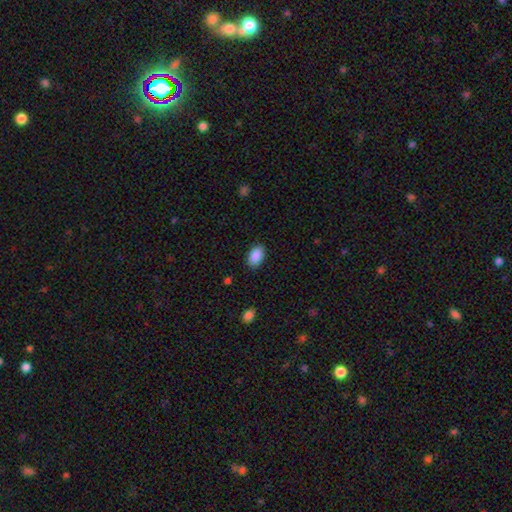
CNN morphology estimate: Smooth or featured: smooth — 90% (star or artifact — 7%)
How rounded: in between — 92% (round — 6%)
Merging: none — 88% (minor disturbance — 9%)